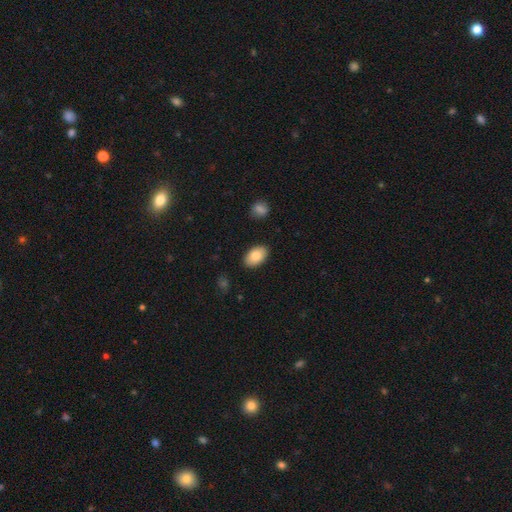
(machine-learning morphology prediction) Q: Smooth or featured?
A: smooth (82%); runner-up: featured or disk (12%)
Q: How rounded?
A: in between (92%); runner-up: round (6%)
Q: Merging?
A: none (88%); runner-up: minor disturbance (8%)